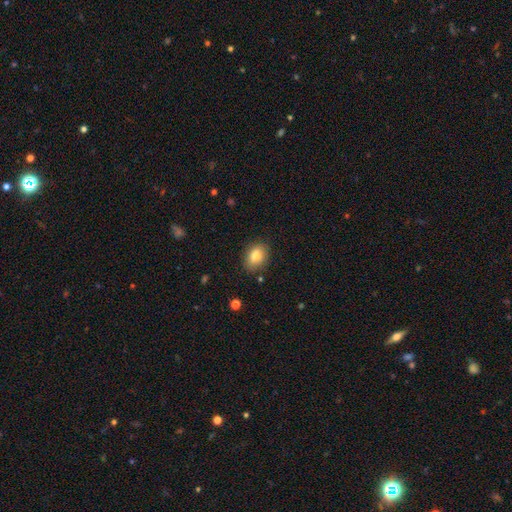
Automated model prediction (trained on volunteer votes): smooth-or-featured: smooth: 81% | featured or disk: 10% | star or artifact: 9%
  how-rounded: in between: 72% | round: 27% | cigar-shaped: 1%
  merging: none: 84% | minor disturbance: 12% | major disturbance: 3% | merger: 1%